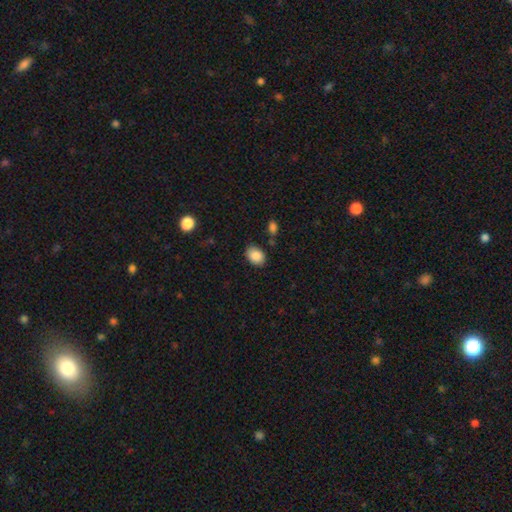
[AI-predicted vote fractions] smooth 88%, star or artifact 8%, featured or disk 4%. Down the decision tree: how rounded — in between (72%); merging — none (79%).